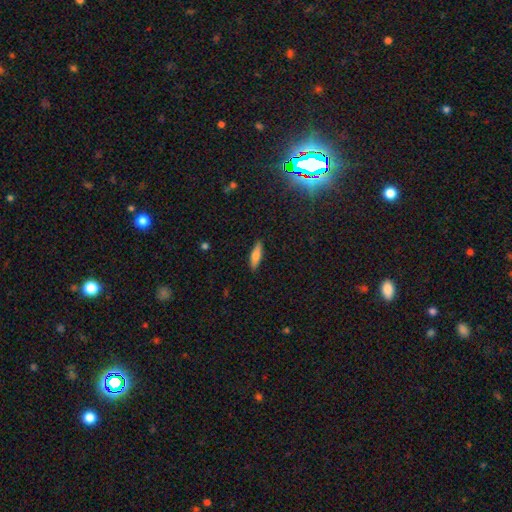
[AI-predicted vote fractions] smooth_or_featured: smooth (p=0.73) [alt: featured or disk p=0.20]
how_rounded: cigar-shaped (p=0.65) [alt: in between p=0.33]
merging: none (p=0.89) [alt: minor disturbance p=0.08]